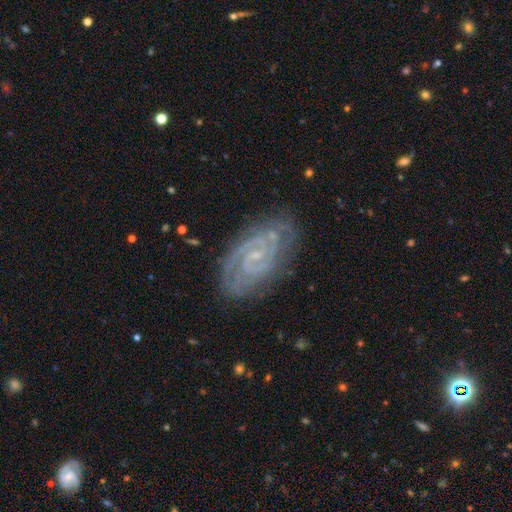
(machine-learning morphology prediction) Overall: featured or disk (88%). Edge-on disk: no (97%). Bar: no (46%; weak 43%). Spiral arms: yes (98%). Spiral arm count: 2 (64%). Spiral winding: tight (65%; medium 30%). Bulge size: small (79%). Merging: none (80%).